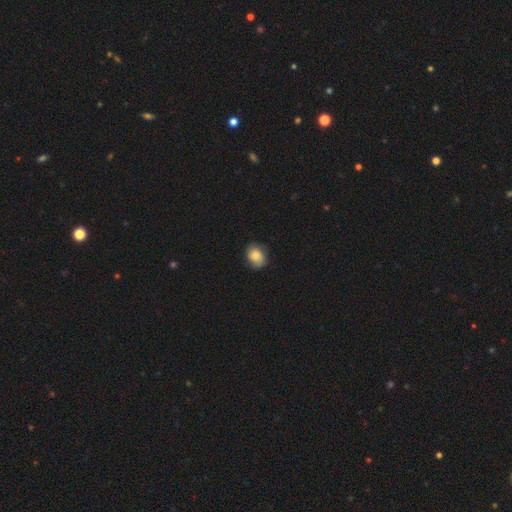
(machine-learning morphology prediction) Smooth or featured: smooth — 77% (featured or disk — 14%)
How rounded: in between — 57% (round — 43%)
Merging: none — 76% (minor disturbance — 19%)